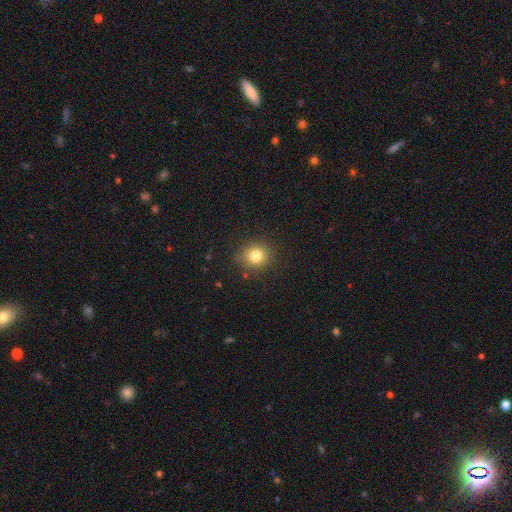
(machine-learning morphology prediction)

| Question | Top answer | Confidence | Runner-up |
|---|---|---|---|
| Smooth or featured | smooth | 80% | star or artifact (12%) |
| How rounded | round | 83% | in between (16%) |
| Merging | none | 86% | minor disturbance (9%) |